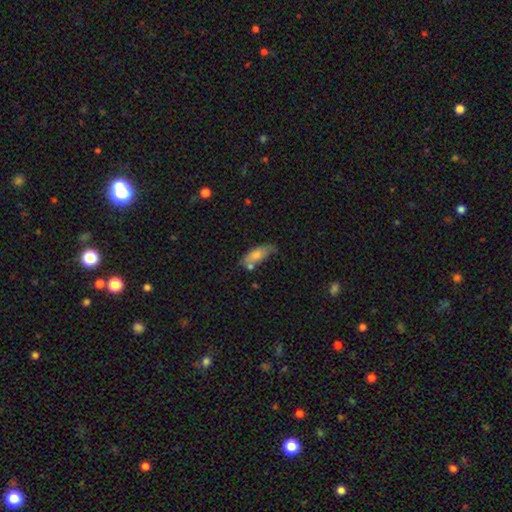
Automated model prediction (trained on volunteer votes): Morphology: type=smooth (71%); roundness=in between (76%); merging=none (43%).